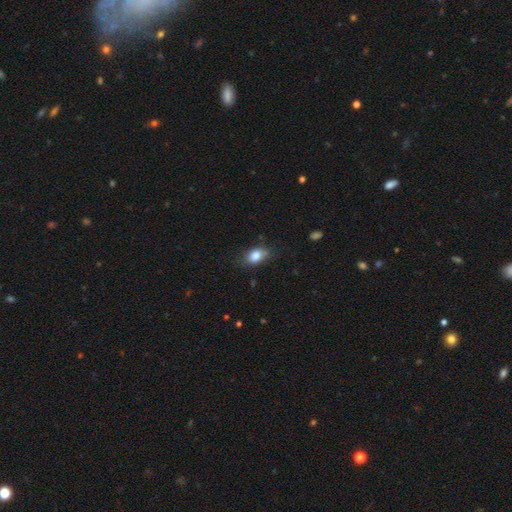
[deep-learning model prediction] smooth_or_featured: smooth (p=0.83) [alt: featured or disk p=0.09]
how_rounded: in between (p=0.82) [alt: round p=0.16]
merging: none (p=0.75) [alt: minor disturbance p=0.20]